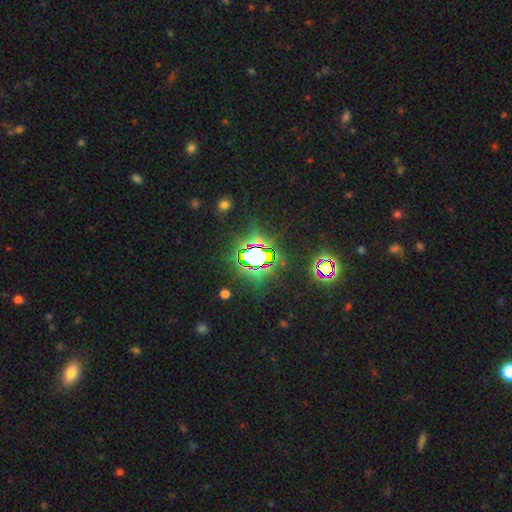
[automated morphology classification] This appears to be a star or artifact, not a galaxy (78%).